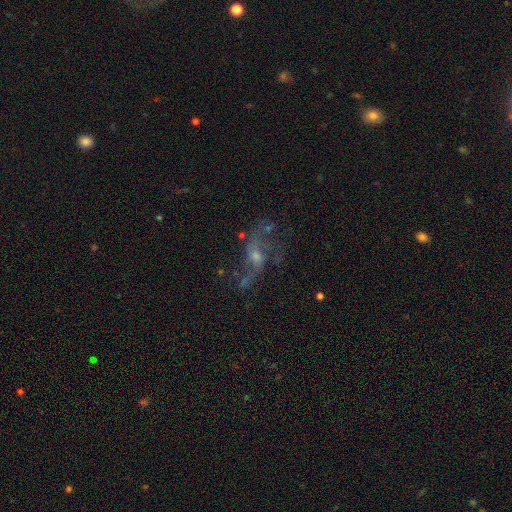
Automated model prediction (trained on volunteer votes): Overall: featured or disk (71%). Edge-on disk: no (92%). Bar: no (59%; weak 33%). Spiral arms: yes (83%). Spiral arm count: 2 (74%). Spiral winding: loose (77%). Bulge size: small (46%; moderate 42%). Merging: none (59%; major disturbance 20%).